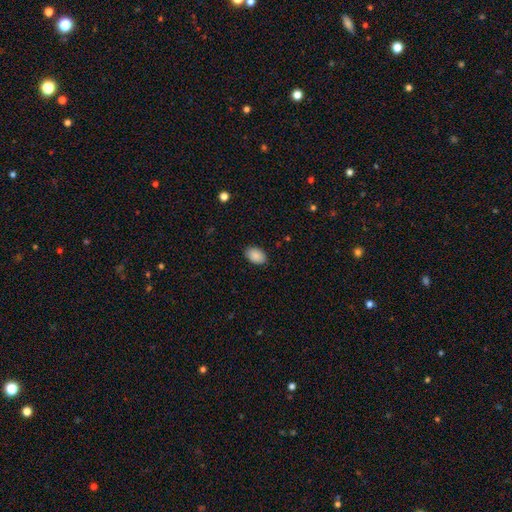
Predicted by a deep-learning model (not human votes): smooth-or-featured: smooth: 90% | star or artifact: 7% | featured or disk: 4%
  how-rounded: in between: 87% | round: 11% | cigar-shaped: 1%
  merging: none: 88% | minor disturbance: 9% | major disturbance: 2% | merger: 1%